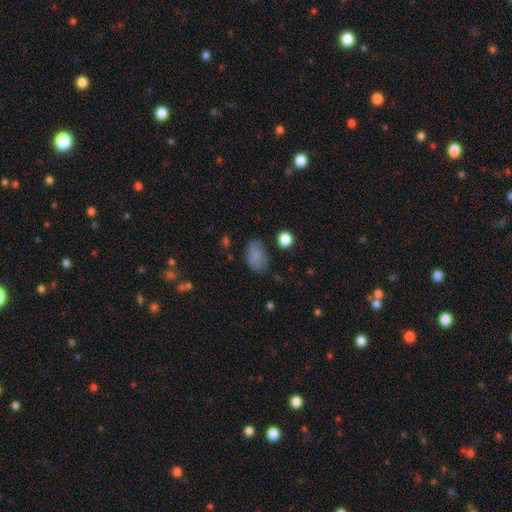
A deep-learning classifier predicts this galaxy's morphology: smooth_or_featured: smooth (p=0.84) [alt: star or artifact p=0.09]
how_rounded: in between (p=0.89) [alt: round p=0.09]
merging: none (p=0.73) [alt: minor disturbance p=0.19]